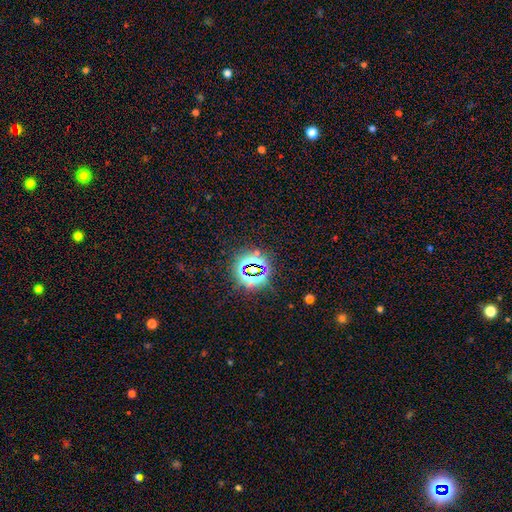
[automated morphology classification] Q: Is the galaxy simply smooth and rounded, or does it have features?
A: star or artifact — 78%.